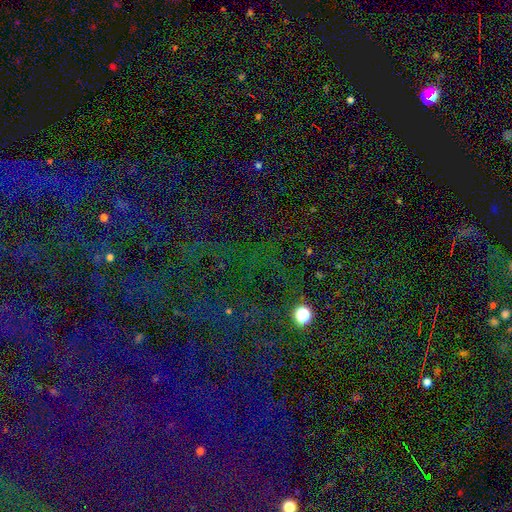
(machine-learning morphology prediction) Overall: star or artifact (83%).